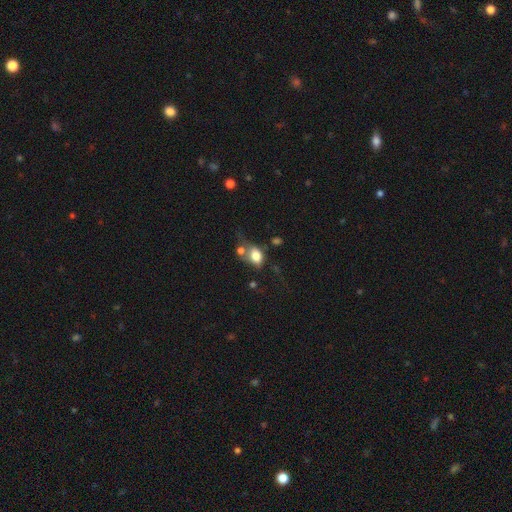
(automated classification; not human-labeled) Q: Smooth or featured?
A: smooth (77%); runner-up: featured or disk (13%)
Q: How rounded?
A: in between (67%); runner-up: round (31%)
Q: Merging?
A: merger (32%); runner-up: none (31%)